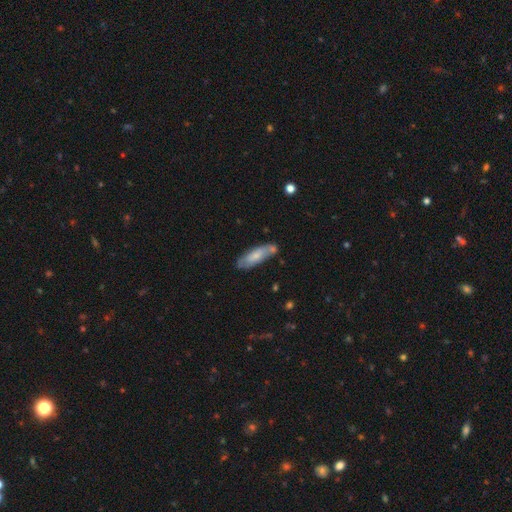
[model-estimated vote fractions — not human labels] smooth 67%, featured or disk 27%, star or artifact 6%. Down the decision tree: how rounded — cigar-shaped (52%); merging — none (69%).